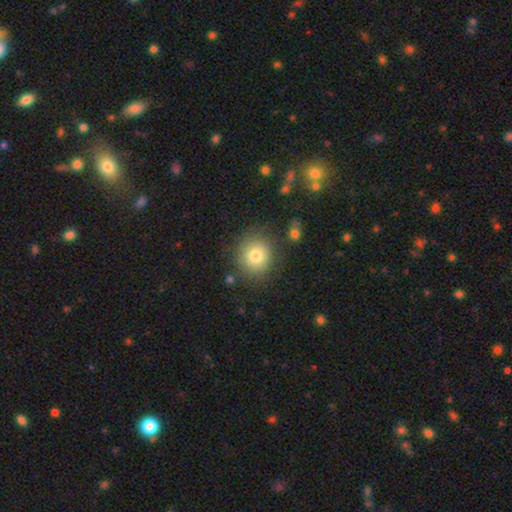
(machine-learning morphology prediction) A smooth galaxy with no disk features (79%) that is round (85%). Merging: none (82%).